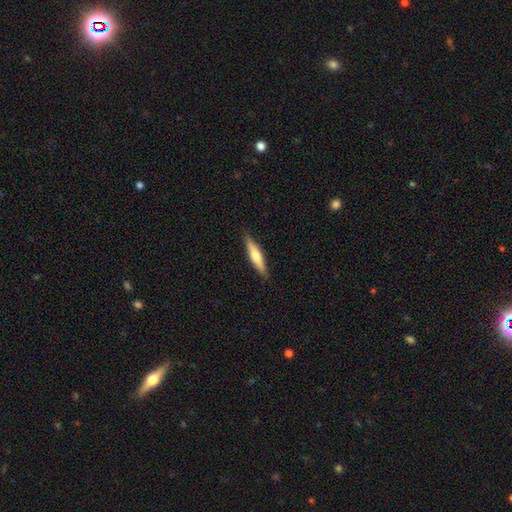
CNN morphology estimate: A smooth galaxy with no disk features (53%) that is cigar-shaped (82%).

Vote fractions:
- Smooth or featured? smooth: 53% / featured or disk: 42% / star or artifact: 5%
- How rounded? cigar-shaped: 82% / in between: 16% / round: 2%
- Merging? none: 89% / minor disturbance: 8% / major disturbance: 2% / merger: 1%